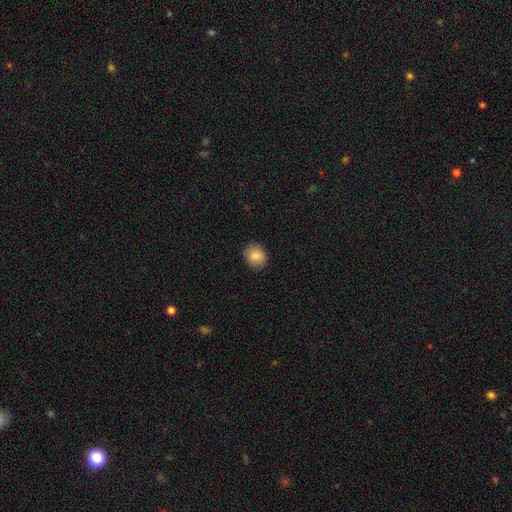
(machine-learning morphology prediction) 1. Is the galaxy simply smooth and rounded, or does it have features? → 85% smooth, 8% star or artifact, 6% featured or disk.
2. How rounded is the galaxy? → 71% round, 28% in between, 1% cigar-shaped.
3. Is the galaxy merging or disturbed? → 89% none, 8% minor disturbance, 2% major disturbance, 1% merger.